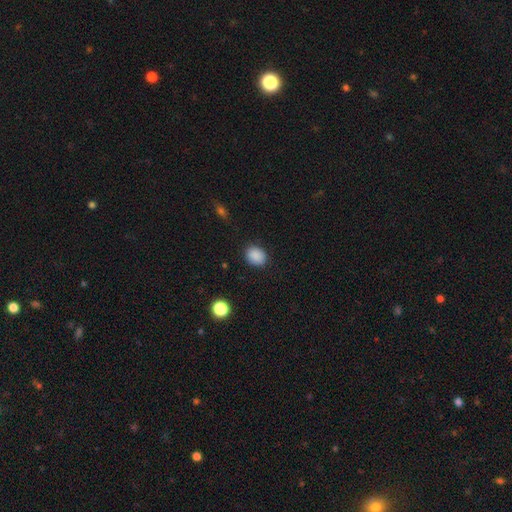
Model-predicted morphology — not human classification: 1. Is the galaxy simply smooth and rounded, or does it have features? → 88% smooth, 9% star or artifact, 3% featured or disk.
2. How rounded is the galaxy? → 55% in between, 44% round, 1% cigar-shaped.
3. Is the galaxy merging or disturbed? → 87% none, 10% minor disturbance, 3% major disturbance, 1% merger.